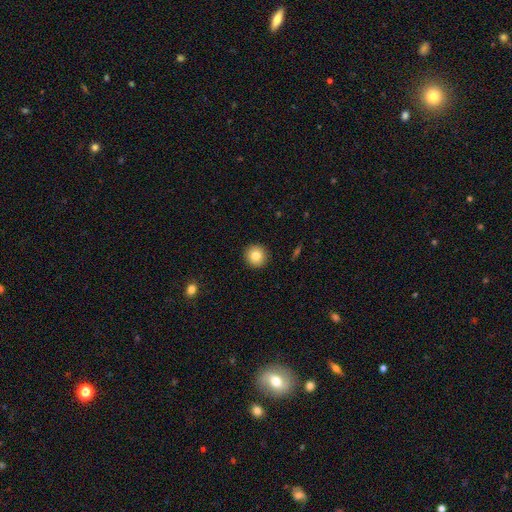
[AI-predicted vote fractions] smooth_or_featured: smooth (p=0.82) [alt: star or artifact p=0.09]
how_rounded: round (p=0.94) [alt: in between p=0.05]
merging: none (p=0.93) [alt: minor disturbance p=0.05]